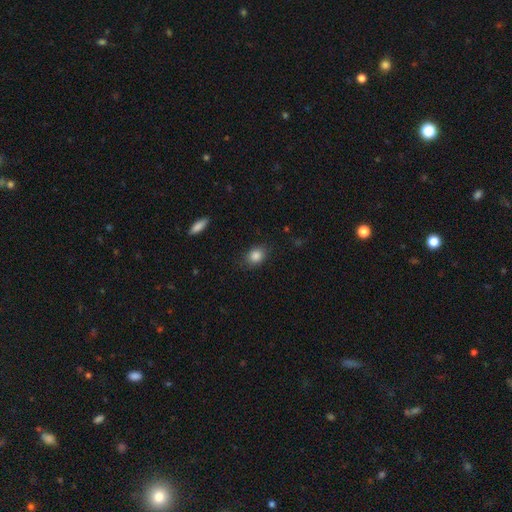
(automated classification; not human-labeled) Smooth or featured? smooth (86%)
How rounded? in between (50%)
Merging? none (81%)